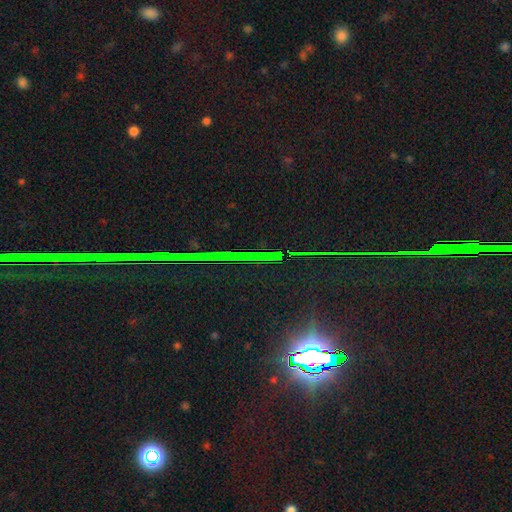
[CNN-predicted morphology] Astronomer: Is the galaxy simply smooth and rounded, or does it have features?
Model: star or artifact — 87%.